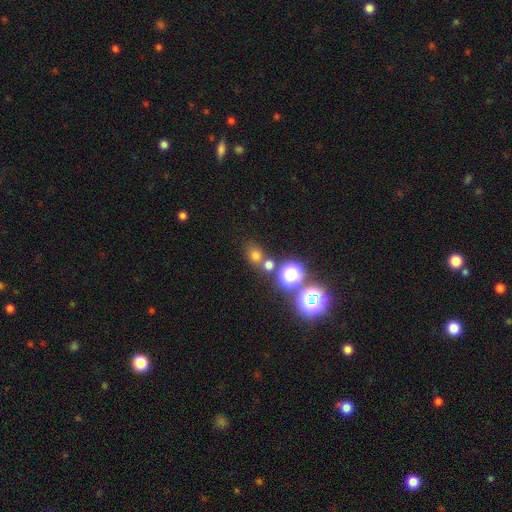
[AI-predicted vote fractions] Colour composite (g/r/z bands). It shows a smooth galaxy with no disk features (64%) that is round (73%). Merging: none (70%).